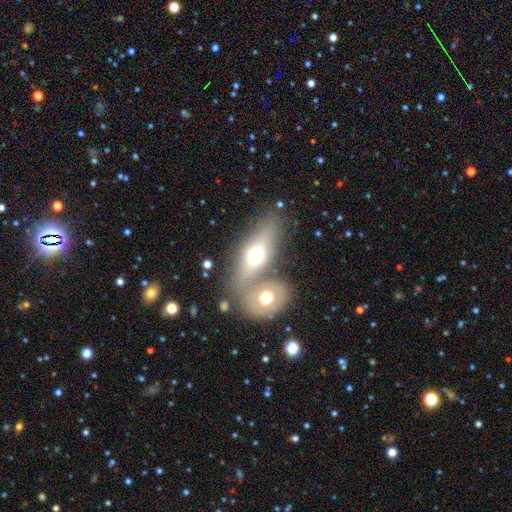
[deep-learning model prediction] Smooth or featured? smooth (55%)
How rounded? in between (73%)
Merging? merger (46%)